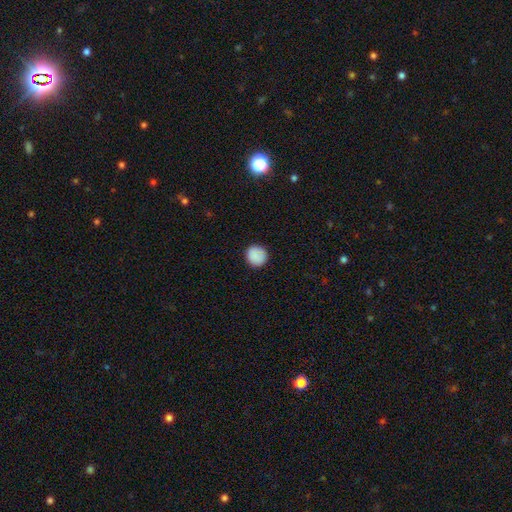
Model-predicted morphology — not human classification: This appears to be a smooth galaxy with no disk features (88%) that is round (93%). Merging: none (89%).